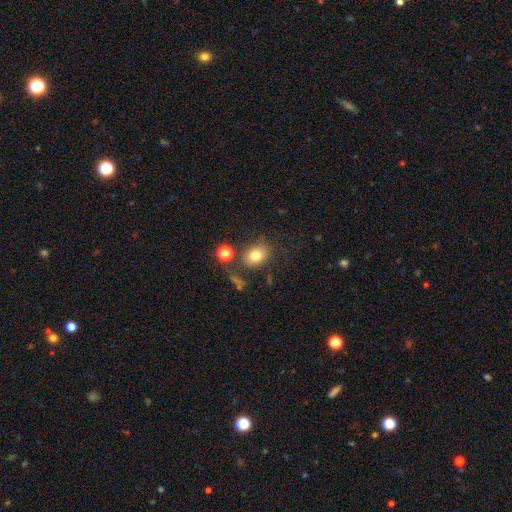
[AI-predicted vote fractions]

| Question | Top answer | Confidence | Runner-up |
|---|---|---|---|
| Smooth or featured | smooth | 78% | star or artifact (11%) |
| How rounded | in between | 59% | round (40%) |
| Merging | none | 71% | minor disturbance (14%) |